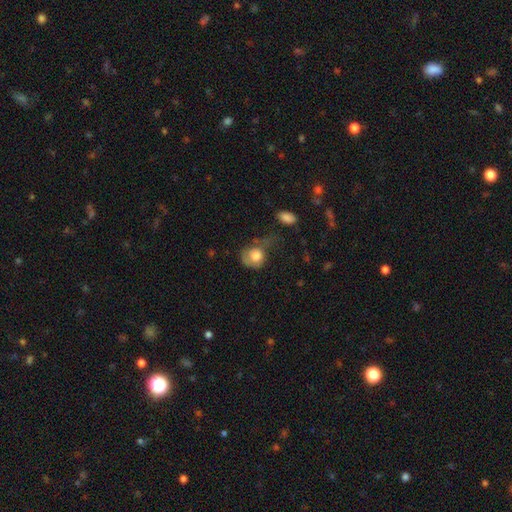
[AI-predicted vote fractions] The model was most divided on "merging": major disturbance: 39%, minor disturbance: 27%, none: 27%, merger: 7%. More confident: smooth or featured — smooth (73%); how rounded — round (63%).